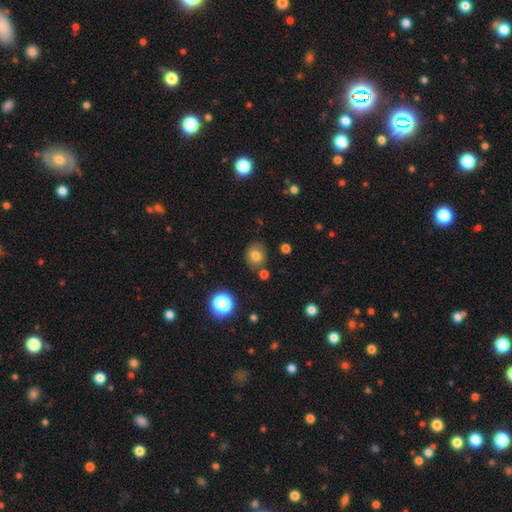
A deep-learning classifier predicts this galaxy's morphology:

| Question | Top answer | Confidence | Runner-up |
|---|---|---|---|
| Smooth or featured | smooth | 76% | star or artifact (14%) |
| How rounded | round | 75% | in between (24%) |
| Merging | none | 79% | minor disturbance (12%) |